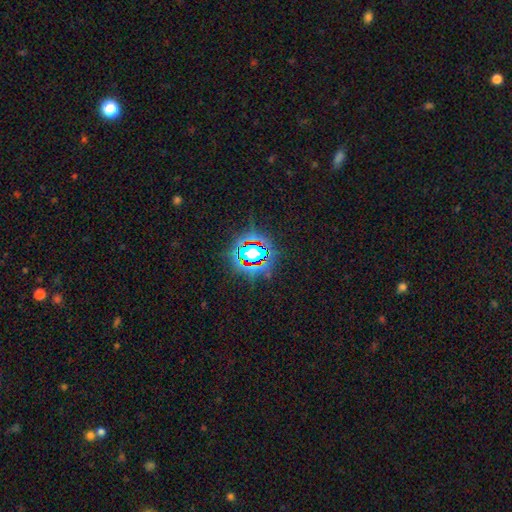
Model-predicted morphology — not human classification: This appears to be a star or artifact, not a galaxy (79%).